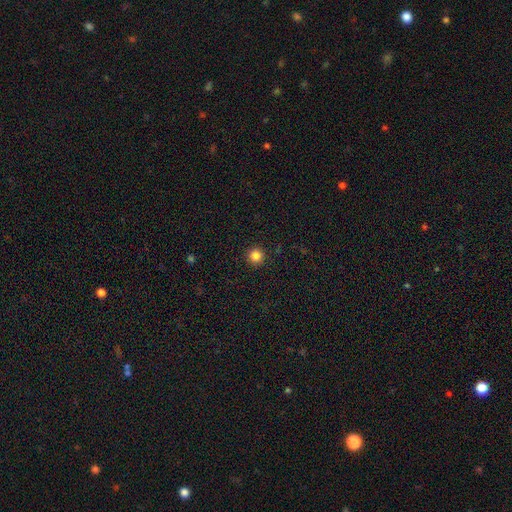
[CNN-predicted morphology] Smooth or featured? Predicted: smooth (p=0.84). How rounded? Predicted: round (p=0.96). Merging? Predicted: none (p=0.93).